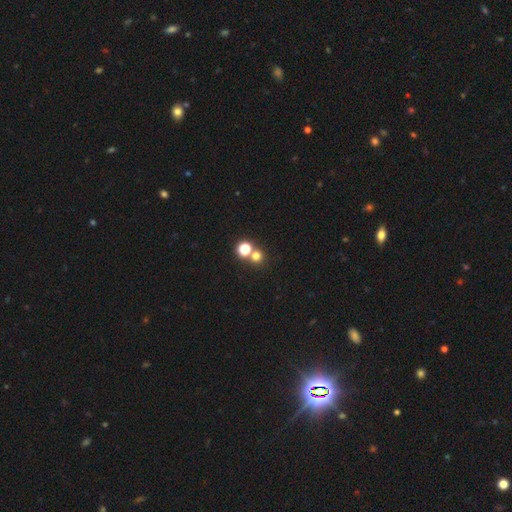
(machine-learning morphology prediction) smooth-or-featured: smooth: 70% | star or artifact: 22% | featured or disk: 8%
  how-rounded: round: 89% | in between: 10% | cigar-shaped: 1%
  merging: none: 60% | merger: 32% | minor disturbance: 6% | major disturbance: 3%